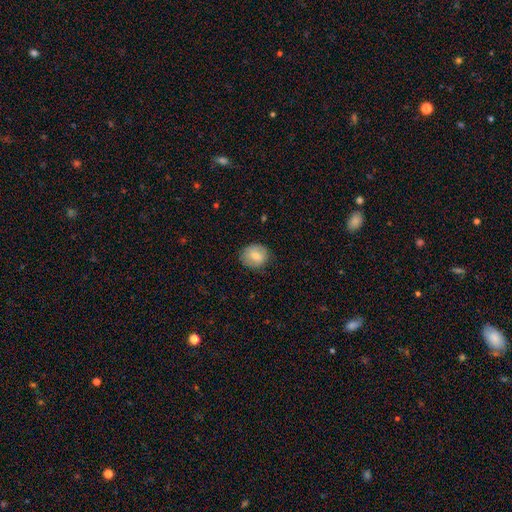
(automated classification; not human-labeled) Smooth or featured? Predicted: smooth (p=0.74). How rounded? Predicted: round (p=0.66). Merging? Predicted: none (p=0.81).